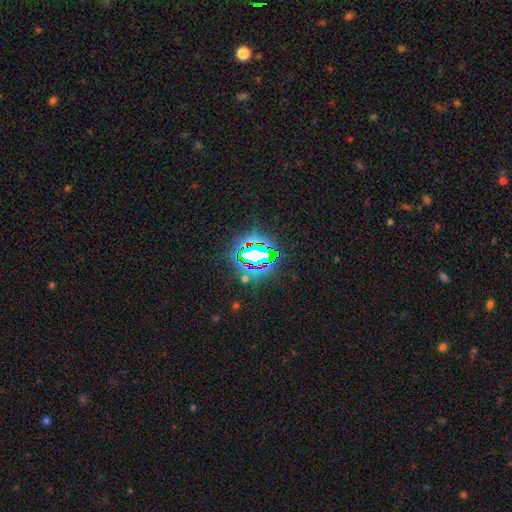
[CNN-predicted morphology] Smooth or featured: star or artifact — 71% (smooth — 17%)